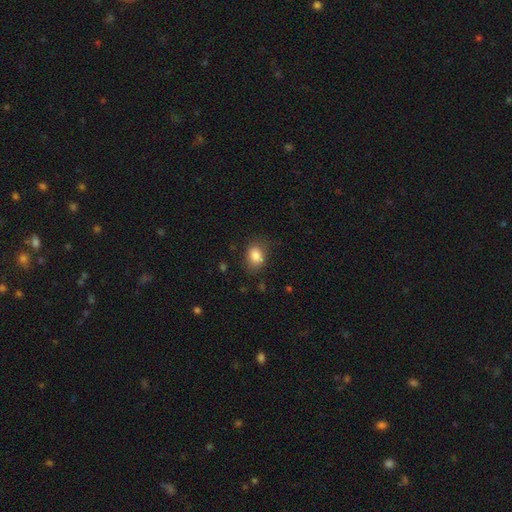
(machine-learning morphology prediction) Smooth or featured? smooth (84%)
How rounded? in between (66%)
Merging? none (74%)